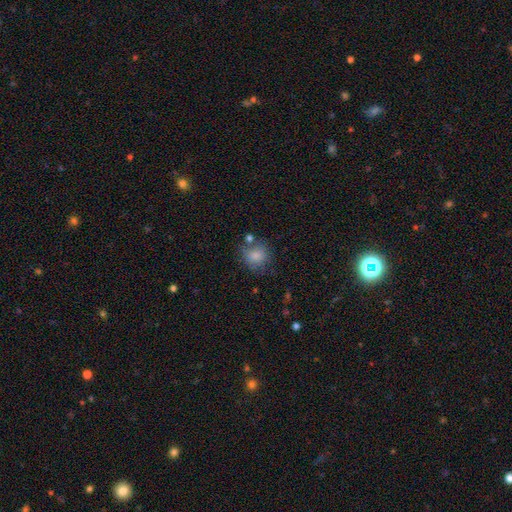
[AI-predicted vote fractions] Smooth or featured? Predicted: smooth (p=0.82). How rounded? Predicted: round (p=0.77). Merging? Predicted: none (p=0.62).